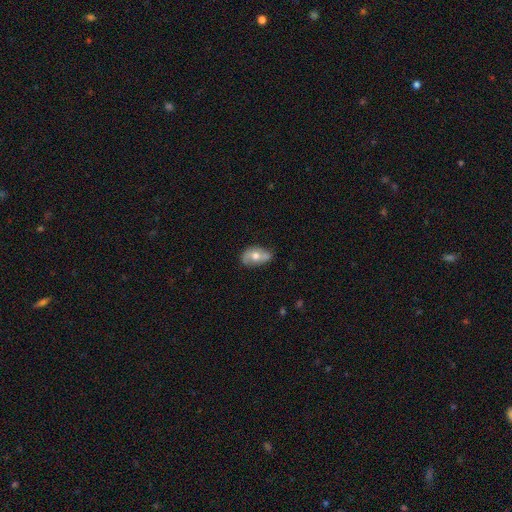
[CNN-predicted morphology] Smooth or featured? featured or disk (48%)
Merging? none (65%)